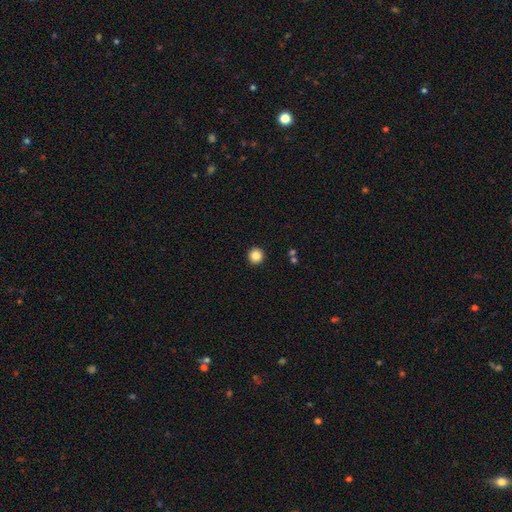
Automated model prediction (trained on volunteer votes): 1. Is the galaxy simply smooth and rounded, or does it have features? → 85% smooth, 10% star or artifact, 5% featured or disk.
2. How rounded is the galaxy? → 95% round, 4% in between, 1% cigar-shaped.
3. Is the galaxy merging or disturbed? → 93% none, 4% minor disturbance, 1% major disturbance, 1% merger.